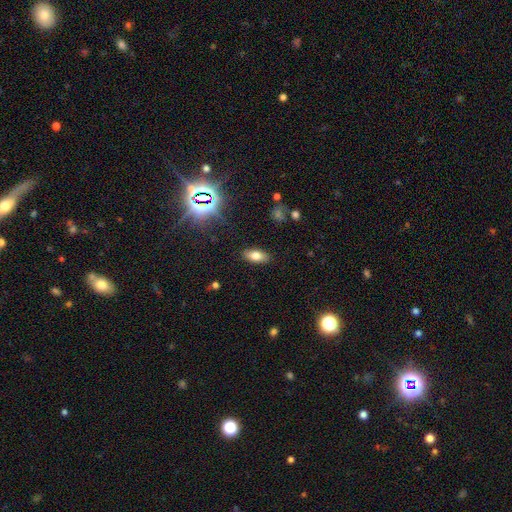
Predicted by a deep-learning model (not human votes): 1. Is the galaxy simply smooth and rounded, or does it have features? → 73% smooth, 14% star or artifact, 13% featured or disk.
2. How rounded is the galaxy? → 87% in between, 9% cigar-shaped, 4% round.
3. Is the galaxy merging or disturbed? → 88% none, 9% minor disturbance, 2% major disturbance, 1% merger.